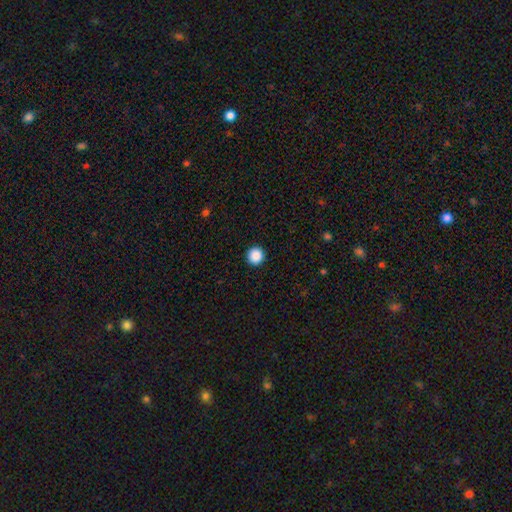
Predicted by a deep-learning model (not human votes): The model was most divided on "smooth or featured": smooth: 88%, star or artifact: 9%, featured or disk: 2%. More confident: how rounded — round (95%); merging — none (94%).